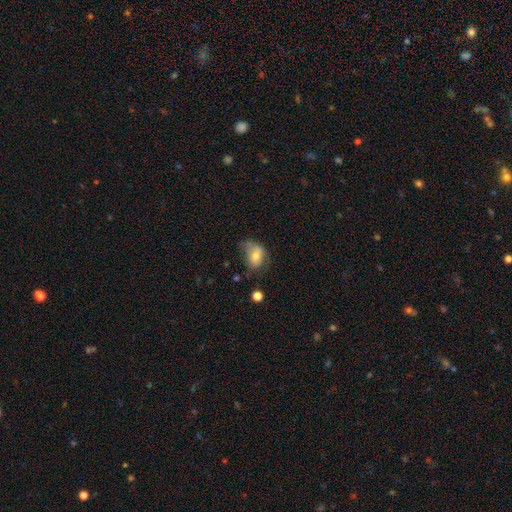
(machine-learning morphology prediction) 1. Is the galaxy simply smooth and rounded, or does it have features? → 66% smooth, 25% featured or disk, 9% star or artifact.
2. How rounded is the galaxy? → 73% in between, 26% round, 1% cigar-shaped.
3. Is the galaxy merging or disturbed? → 34% minor disturbance, 32% none, 30% major disturbance, 4% merger.